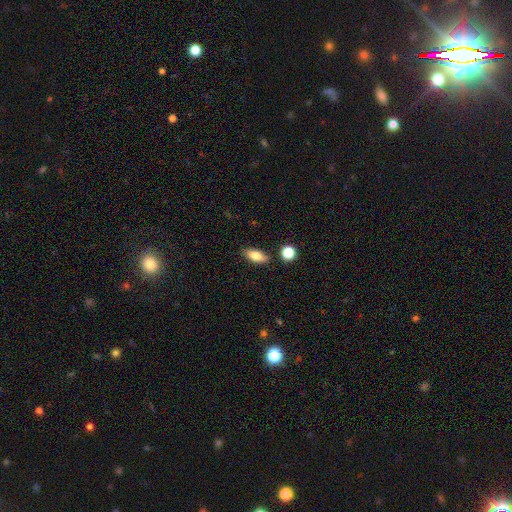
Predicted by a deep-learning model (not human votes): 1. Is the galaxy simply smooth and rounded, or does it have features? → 78% smooth, 15% featured or disk, 8% star or artifact.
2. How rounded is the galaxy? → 78% in between, 17% cigar-shaped, 5% round.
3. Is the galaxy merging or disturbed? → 84% none, 10% minor disturbance, 4% merger, 2% major disturbance.